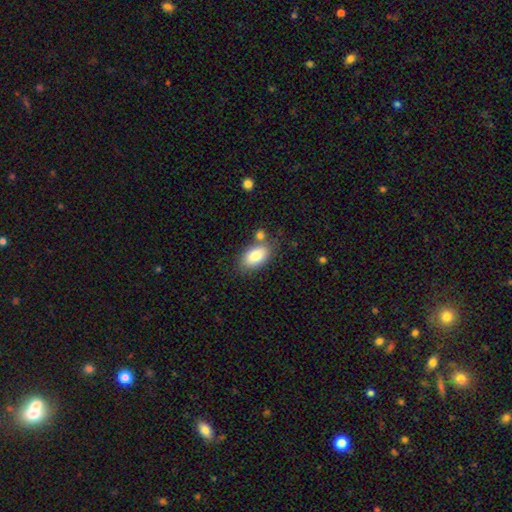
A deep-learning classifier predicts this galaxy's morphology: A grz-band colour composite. It shows a smooth galaxy with no disk features (82%) that is in between round and cigar-shaped (91%). Merging: none (67%).